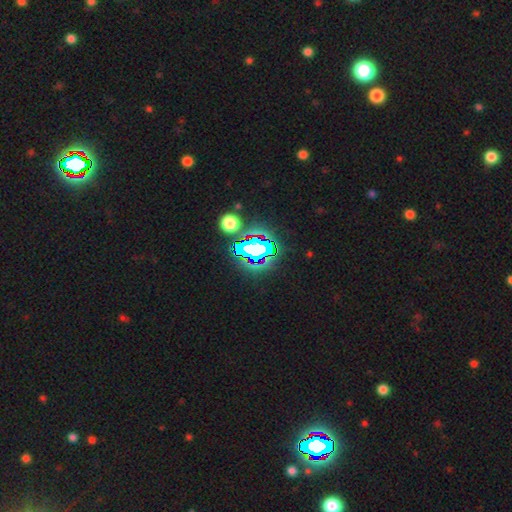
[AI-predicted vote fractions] star or artifact 81%, smooth 12%, featured or disk 7%.